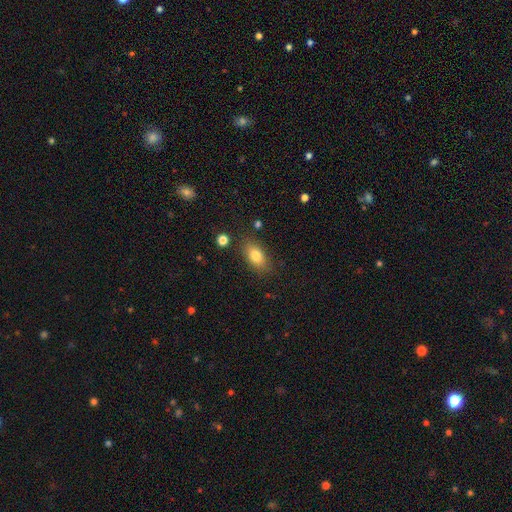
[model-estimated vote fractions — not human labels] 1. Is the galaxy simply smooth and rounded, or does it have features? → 80% smooth, 11% featured or disk, 9% star or artifact.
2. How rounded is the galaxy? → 85% in between, 10% round, 5% cigar-shaped.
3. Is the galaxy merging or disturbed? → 81% none, 13% minor disturbance, 3% major disturbance, 3% merger.